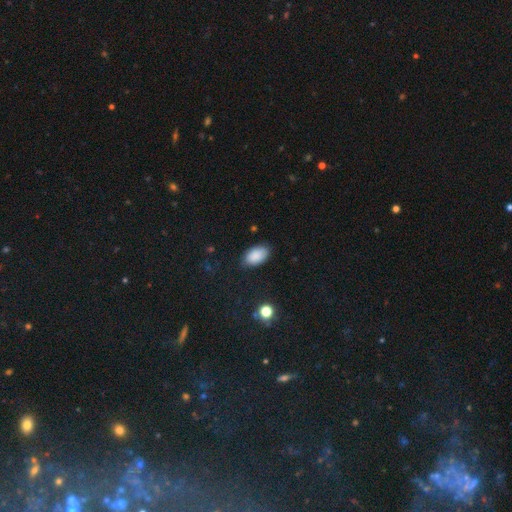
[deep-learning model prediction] Smooth or featured: smooth — 88% (star or artifact — 7%)
How rounded: in between — 93% (round — 6%)
Merging: none — 80% (minor disturbance — 15%)